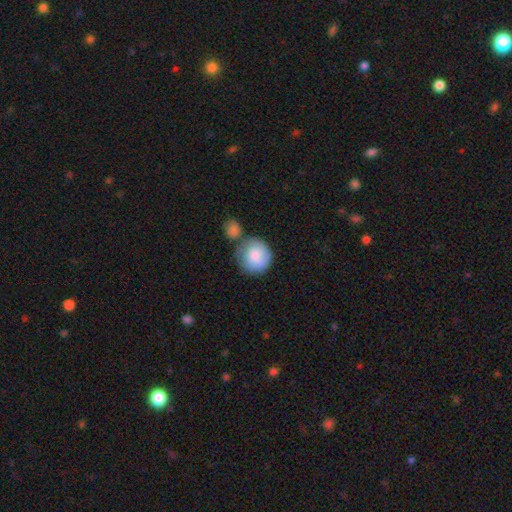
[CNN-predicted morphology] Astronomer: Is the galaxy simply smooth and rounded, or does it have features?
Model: smooth — 80%.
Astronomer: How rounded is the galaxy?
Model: round — 88%.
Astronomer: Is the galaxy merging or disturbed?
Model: none — 47% (runner-up: merger, 29%).